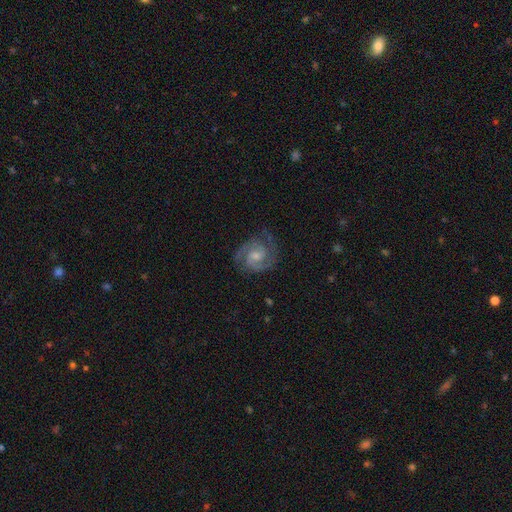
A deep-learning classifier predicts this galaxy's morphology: smooth-or-featured: featured or disk: 89% | star or artifact: 6% | smooth: 5%
  disk-edge-on: no: 98% | yes: 2%
    bar: no: 45% (tied) | weak: 45% (tied) | strong: 10%
    has-spiral-arms: yes: 98% | no: 2%
      spiral-winding: tight: 50% | medium: 44% | loose: 6%
      spiral-arm-count: 2: 84% | 3: 8% | can't tell: 4% | 1: 2% | 4: 2% | more than 4: 1%
    bulge-size: moderate: 46% | small: 43% | none: 6% | large: 3% | dominant: 1%
  merging: none: 81% | minor disturbance: 14% | major disturbance: 4% | merger: 1%